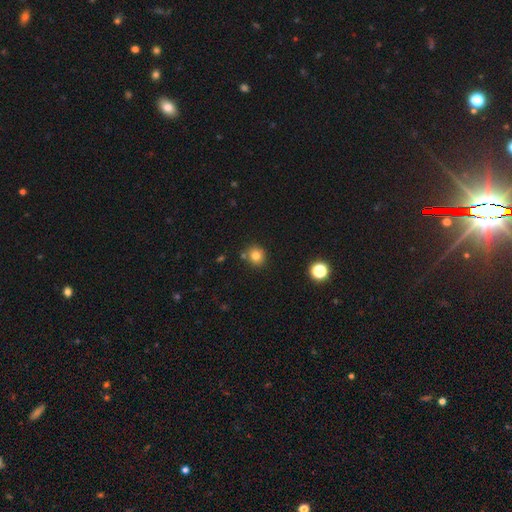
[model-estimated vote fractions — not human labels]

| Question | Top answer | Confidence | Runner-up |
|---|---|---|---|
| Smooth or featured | smooth | 80% | star or artifact (13%) |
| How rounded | round | 88% | in between (11%) |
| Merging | none | 80% | minor disturbance (9%) |